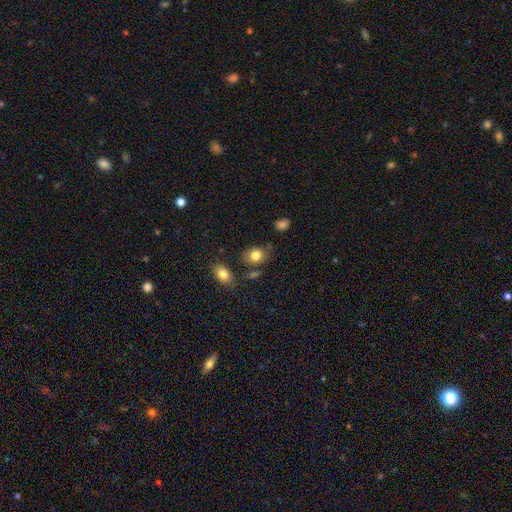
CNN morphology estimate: Smooth or featured? smooth (82%)
How rounded? in between (57%)
Merging? none (71%)